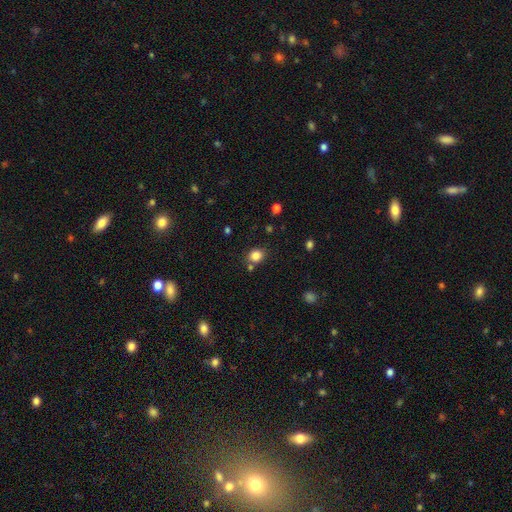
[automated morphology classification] Smooth or featured?
  - smooth: 84% *
  - star or artifact: 11%
  - featured or disk: 5%
How rounded?
  - round: 63% *
  - in between: 36%
  - cigar-shaped: 1%
Merging?
  - none: 76% *
  - minor disturbance: 12%
  - merger: 9%
  - major disturbance: 3%